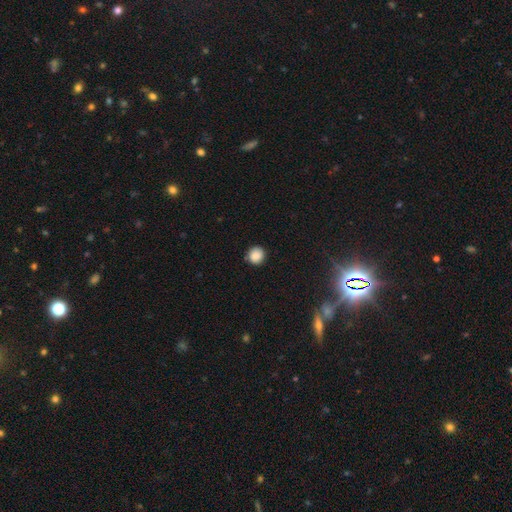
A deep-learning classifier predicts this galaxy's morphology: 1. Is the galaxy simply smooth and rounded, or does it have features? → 87% smooth, 9% star or artifact, 4% featured or disk.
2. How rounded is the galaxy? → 92% round, 7% in between, 1% cigar-shaped.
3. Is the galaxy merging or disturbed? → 85% none, 11% minor disturbance, 2% major disturbance, 2% merger.